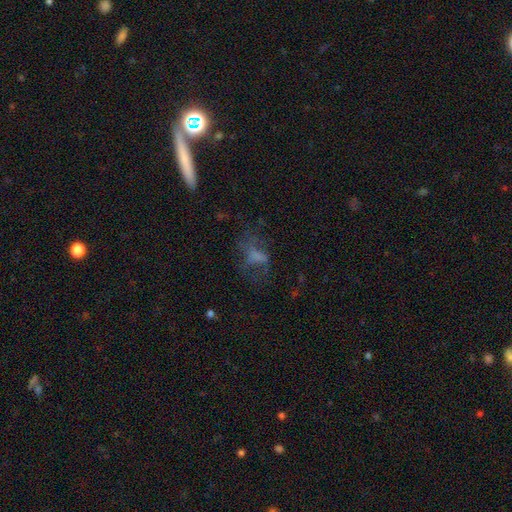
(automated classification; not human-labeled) A featured or disk galaxy (40%). Merging: none (49%).